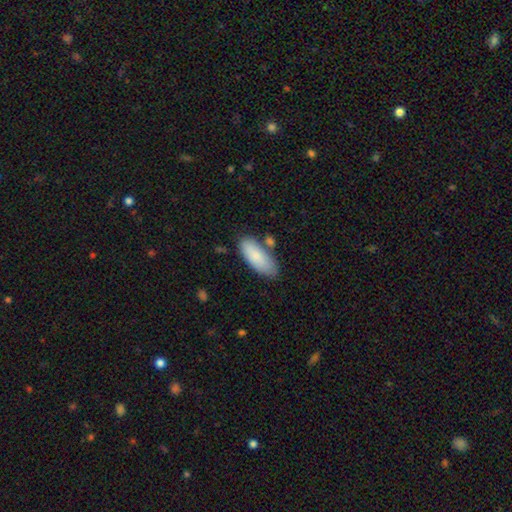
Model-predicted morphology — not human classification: type=smooth (86%); roundness=in between (79%); merging=none (69%).